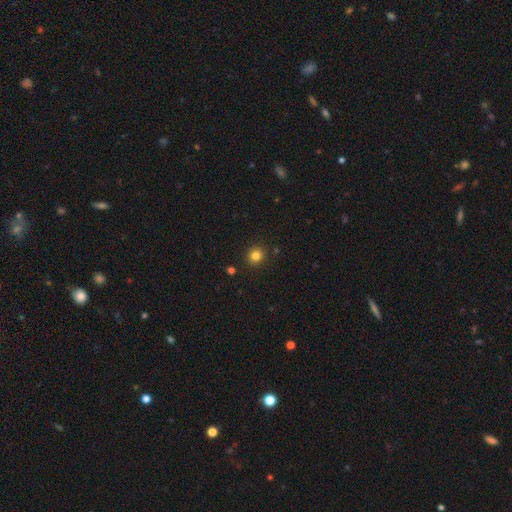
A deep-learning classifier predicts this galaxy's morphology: A smooth galaxy with no disk features (81%) that is round (91%).

Vote fractions:
- Smooth or featured? smooth: 81% / star or artifact: 13% / featured or disk: 5%
- How rounded? round: 91% / in between: 8% / cigar-shaped: 1%
- Merging? none: 92% / minor disturbance: 5% / major disturbance: 2% / merger: 2%